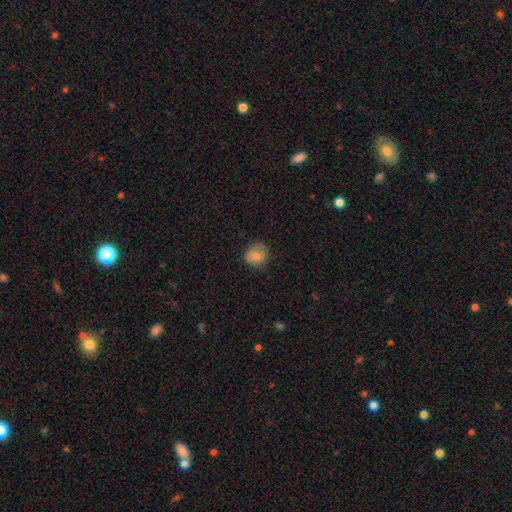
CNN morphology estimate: Q: Smooth or featured?
A: smooth (79%); runner-up: featured or disk (13%)
Q: How rounded?
A: round (79%); runner-up: in between (20%)
Q: Merging?
A: none (76%); runner-up: minor disturbance (18%)